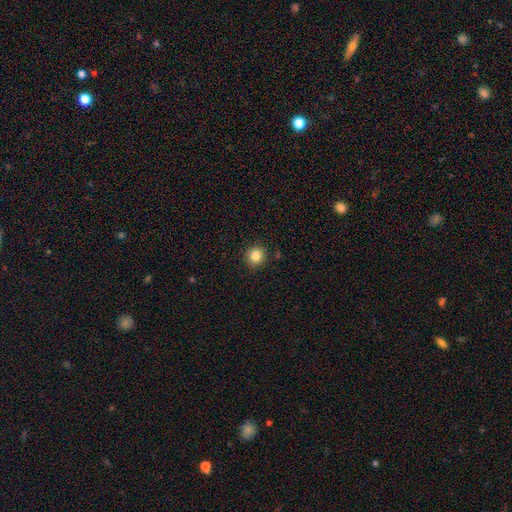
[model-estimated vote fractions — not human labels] A smooth galaxy with no disk features (83%) that is round (89%).

Vote fractions:
- Smooth or featured? smooth: 83% / star or artifact: 11% / featured or disk: 6%
- How rounded? round: 89% / in between: 10% / cigar-shaped: 1%
- Merging? none: 90% / minor disturbance: 6% / major disturbance: 2% / merger: 2%